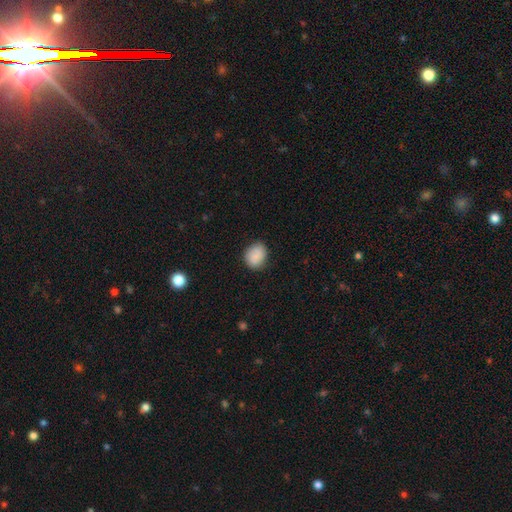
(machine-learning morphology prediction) Smooth or featured?
  - smooth: 86% *
  - star or artifact: 7%
  - featured or disk: 7%
How rounded?
  - round: 59% *
  - in between: 40%
  - cigar-shaped: 1%
Merging?
  - none: 81% *
  - minor disturbance: 15%
  - major disturbance: 3%
  - merger: 1%